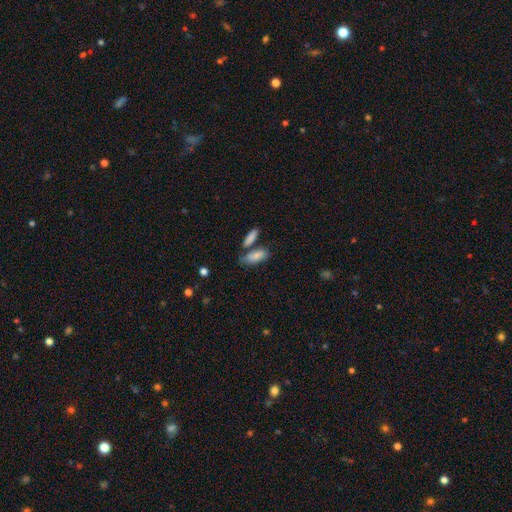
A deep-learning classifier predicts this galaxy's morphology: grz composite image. It shows a smooth galaxy with no disk features (82%) that is in between round and cigar-shaped (75%). Merging: none (53%).